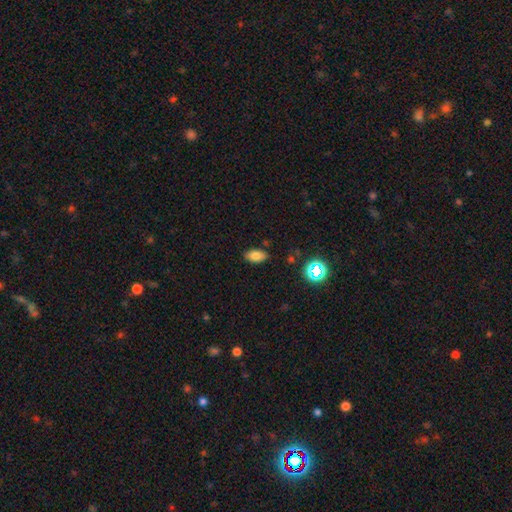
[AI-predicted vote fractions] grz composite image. It shows a smooth galaxy with no disk features (78%) that is in between round and cigar-shaped (91%). Merging: none (84%).